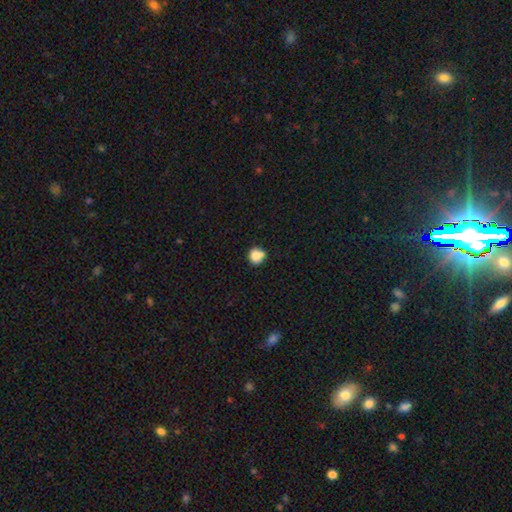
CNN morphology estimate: This is clearly a smooth galaxy (82%). How rounded: clearly round (87%). Merging: likely none (61%).